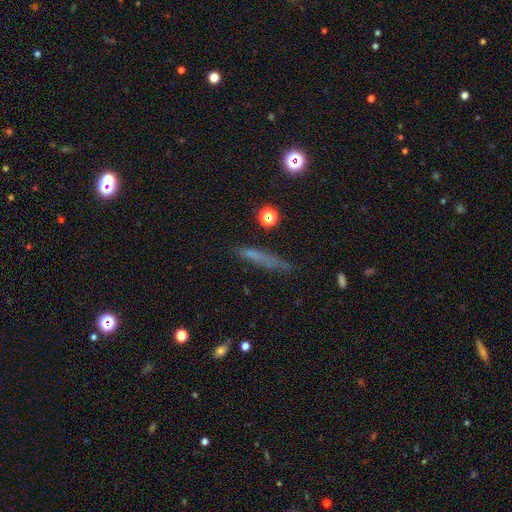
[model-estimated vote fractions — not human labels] Smooth or featured?
  - smooth: 59% *
  - featured or disk: 26%
  - star or artifact: 15%
How rounded?
  - cigar-shaped: 90% *
  - in between: 7%
  - round: 3%
Merging?
  - none: 72% *
  - minor disturbance: 18%
  - major disturbance: 6%
  - merger: 3%